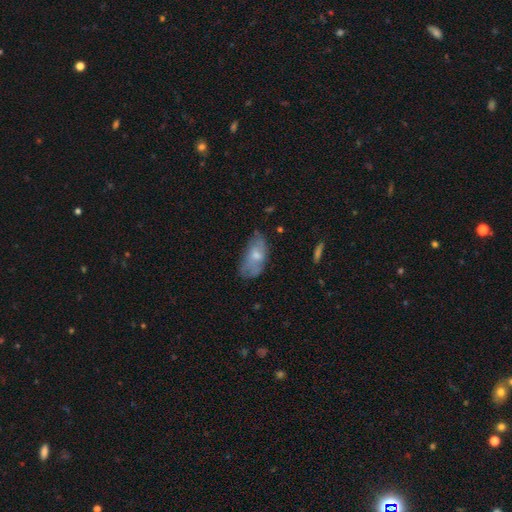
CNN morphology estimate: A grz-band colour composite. It shows a smooth galaxy with no disk features (57%) that is in between round and cigar-shaped (92%). Merging: none (50%).